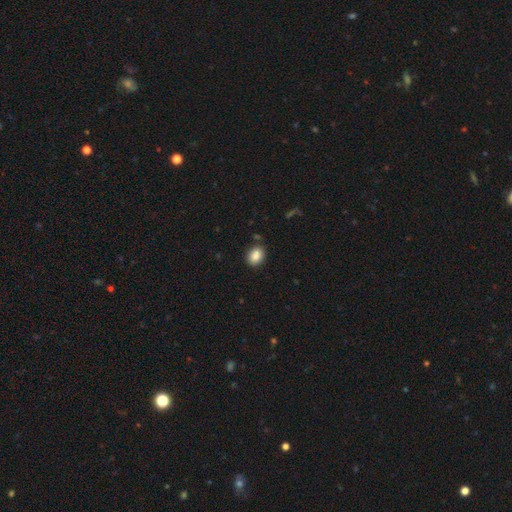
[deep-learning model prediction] Q: Smooth or featured?
A: smooth (87%); runner-up: star or artifact (9%)
Q: How rounded?
A: in between (61%); runner-up: round (38%)
Q: Merging?
A: none (87%); runner-up: minor disturbance (9%)